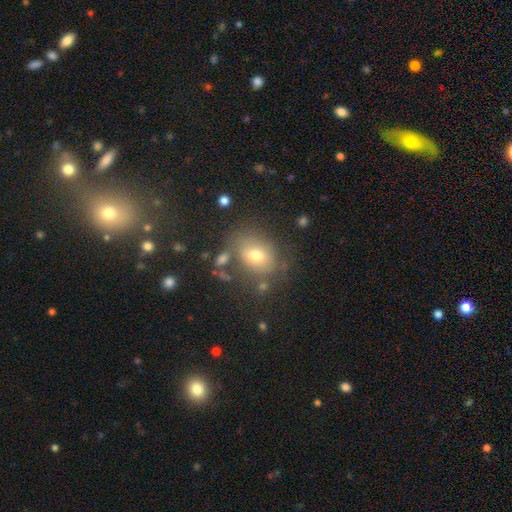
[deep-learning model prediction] smooth_or_featured: smooth (p=0.69) [alt: featured or disk p=0.17]
how_rounded: in between (p=0.55) [alt: round p=0.43]
merging: none (p=0.68) [alt: minor disturbance p=0.16]